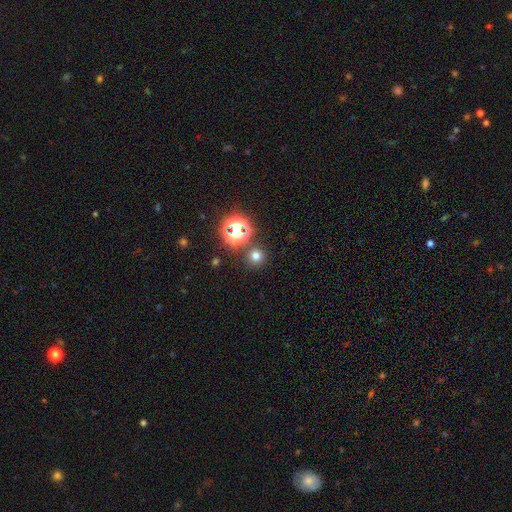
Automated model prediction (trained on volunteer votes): Smooth or featured? Predicted: smooth (p=0.67). How rounded? Predicted: round (p=0.93). Merging? Predicted: none (p=0.85).